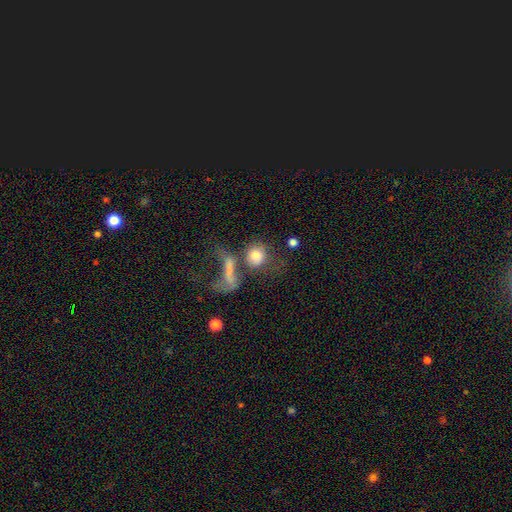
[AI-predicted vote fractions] This appears to be a smooth galaxy with no disk features (74%) that is round (74%). Merging: merger (36%).